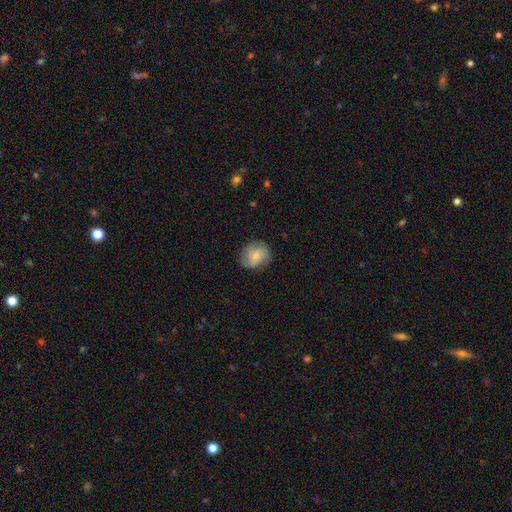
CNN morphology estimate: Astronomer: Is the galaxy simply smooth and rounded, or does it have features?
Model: smooth — 55% (runner-up: featured or disk, 37%).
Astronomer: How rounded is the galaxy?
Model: round — 70%.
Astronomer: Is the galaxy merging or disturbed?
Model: none — 75%.